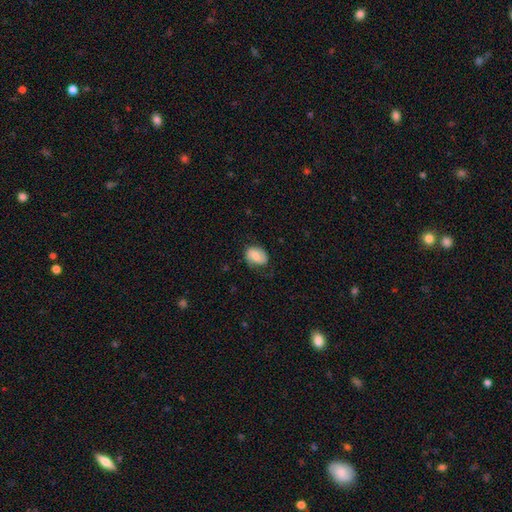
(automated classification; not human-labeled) This is possibly a smooth galaxy (54%). How rounded: likely in between (72%). Merging: likely none (67%).